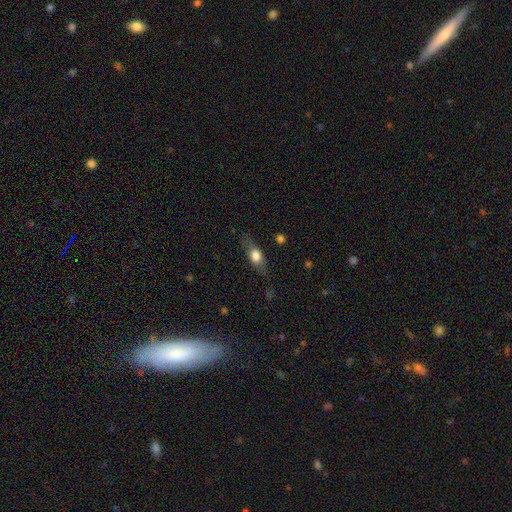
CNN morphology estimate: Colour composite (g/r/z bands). It shows a smooth galaxy with no disk features (60%) that is in between round and cigar-shaped (59%). Merging: none (73%).